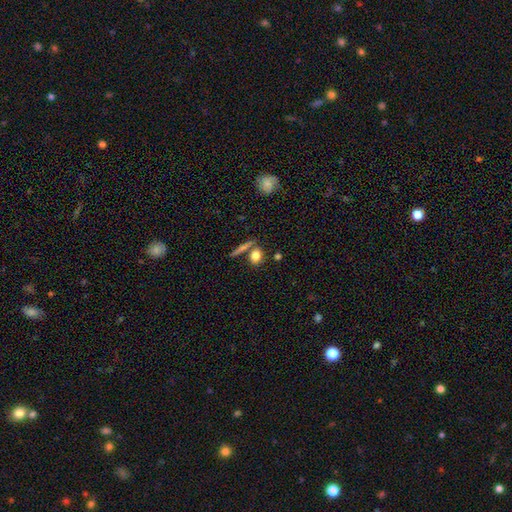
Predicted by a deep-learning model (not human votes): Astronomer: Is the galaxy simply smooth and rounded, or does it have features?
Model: smooth — 81%.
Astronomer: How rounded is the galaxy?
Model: in between — 47% (runner-up: round, 44%).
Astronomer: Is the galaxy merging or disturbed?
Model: none — 68%.